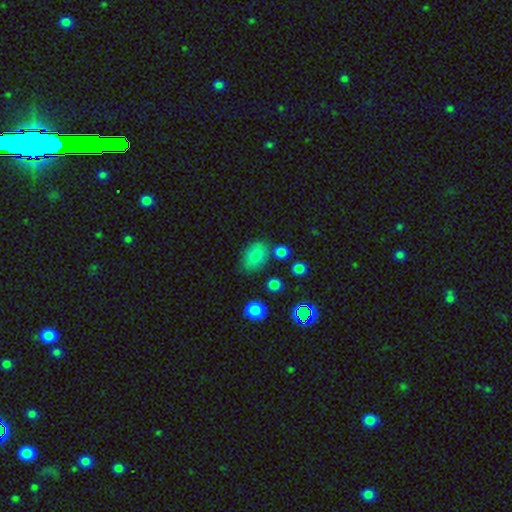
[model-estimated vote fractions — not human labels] Overall: smooth (78%). How rounded: in between (80%). Merging: none (70%).